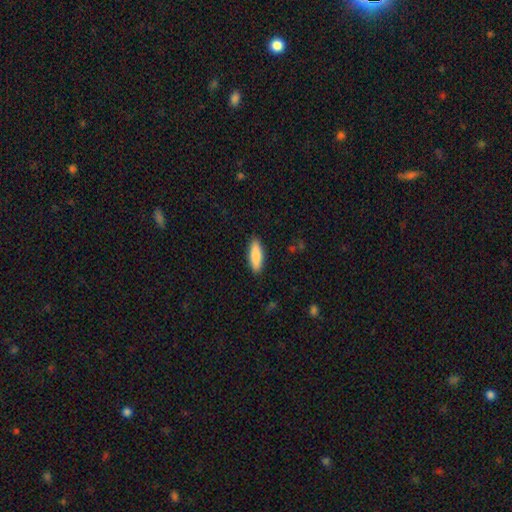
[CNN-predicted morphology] type=smooth (83%); roundness=in between (51%); merging=none (89%).